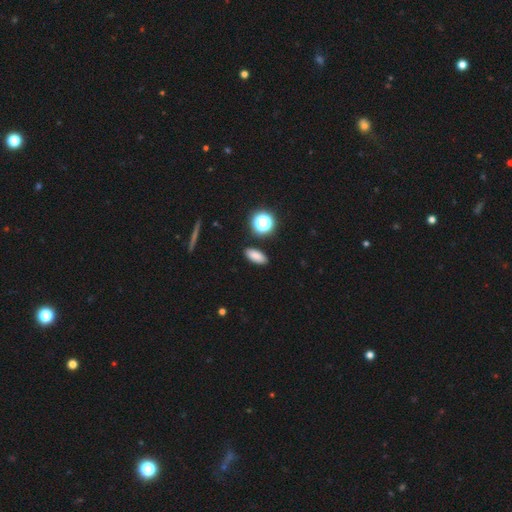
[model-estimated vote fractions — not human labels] Smooth or featured? smooth (82%)
How rounded? in between (79%)
Merging? none (88%)